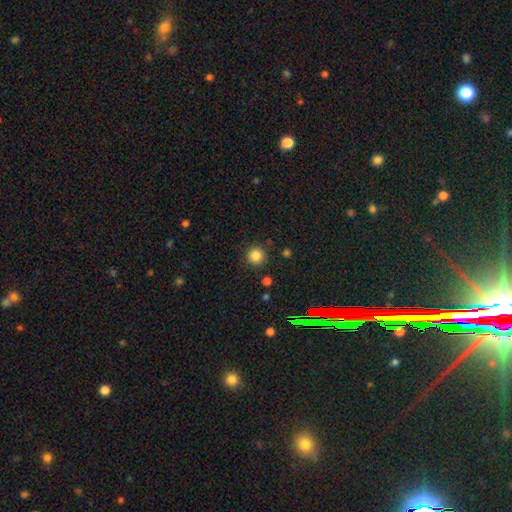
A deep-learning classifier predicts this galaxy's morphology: Smooth or featured: smooth — 84% (star or artifact — 12%)
How rounded: round — 95% (in between — 4%)
Merging: none — 90% (minor disturbance — 6%)